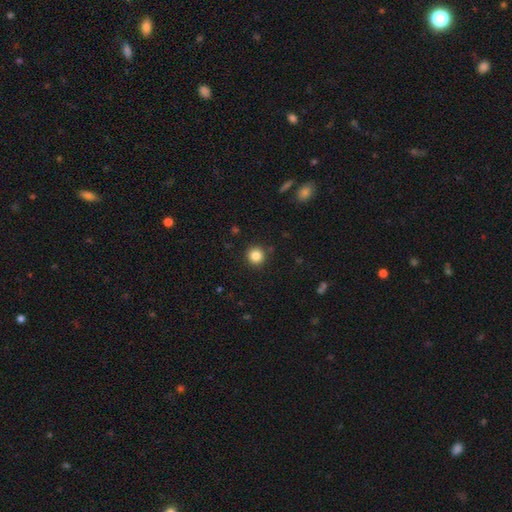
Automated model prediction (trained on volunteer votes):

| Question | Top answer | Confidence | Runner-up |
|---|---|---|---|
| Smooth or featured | smooth | 85% | star or artifact (11%) |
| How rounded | round | 94% | in between (5%) |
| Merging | none | 91% | minor disturbance (6%) |